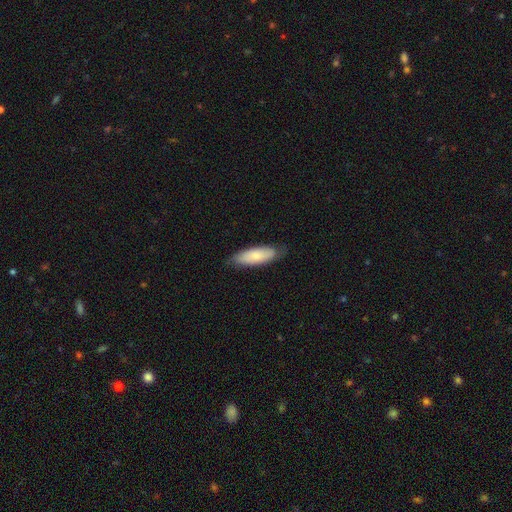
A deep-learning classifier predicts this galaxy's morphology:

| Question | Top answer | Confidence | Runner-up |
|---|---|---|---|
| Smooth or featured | smooth | 76% | featured or disk (19%) |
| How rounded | in between | 61% | cigar-shaped (37%) |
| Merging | none | 77% | minor disturbance (19%) |